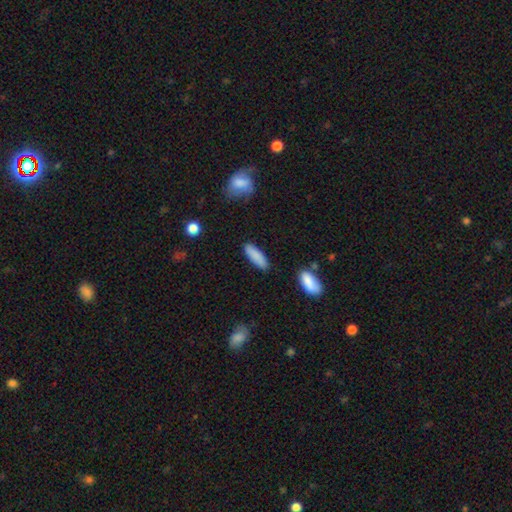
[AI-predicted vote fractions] A smooth galaxy with no disk features (87%) that is in between round and cigar-shaped (53%). Merging: none (85%).